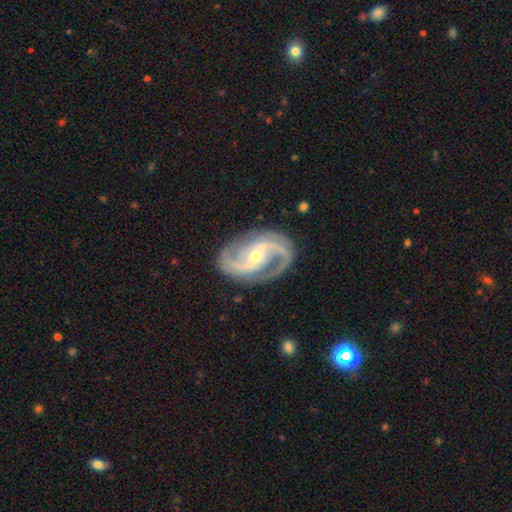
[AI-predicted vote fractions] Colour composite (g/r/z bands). It shows a featured or disk galaxy (93%) with a weak bar (36%), 2 (90%) medium (58%) spiral arms (98%) and a small central bulge (63%). Merging: none (81%).